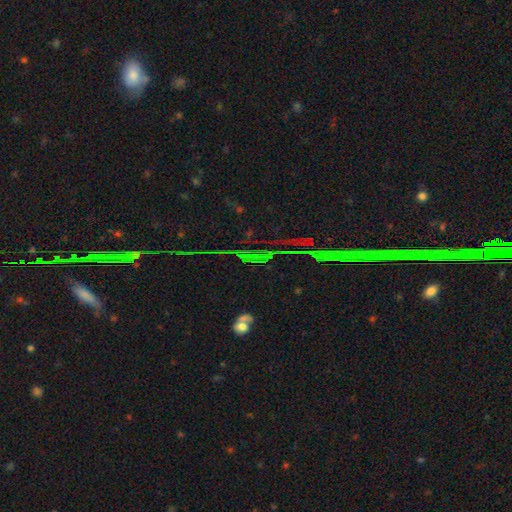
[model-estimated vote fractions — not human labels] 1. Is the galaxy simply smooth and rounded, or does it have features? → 76% star or artifact, 12% smooth, 12% featured or disk.